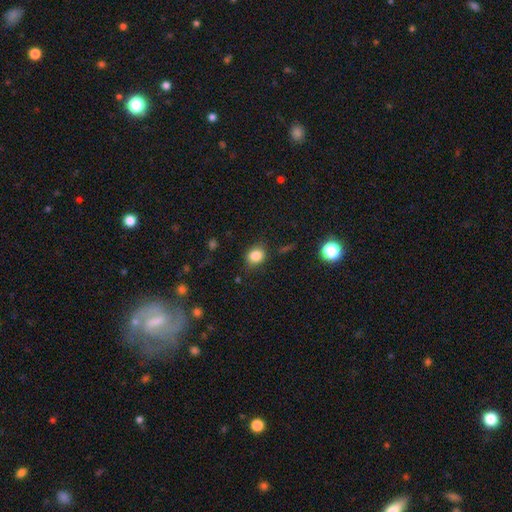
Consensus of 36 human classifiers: Smooth or featured? smooth (92%)
How rounded? round (70%)
Merging? none (81%)